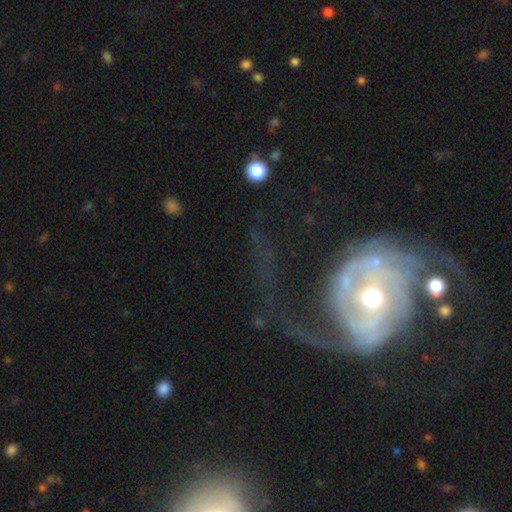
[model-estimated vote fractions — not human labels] featured or disk 80%, smooth 11%, star or artifact 8%. Down the decision tree: edge-on disk — no (95%); bar — no (51%); spiral arms — yes (84%); spiral arm count — 2 (60%); spiral winding — loose (43%); bulge size — moderate (63%); merging — major disturbance (42%).